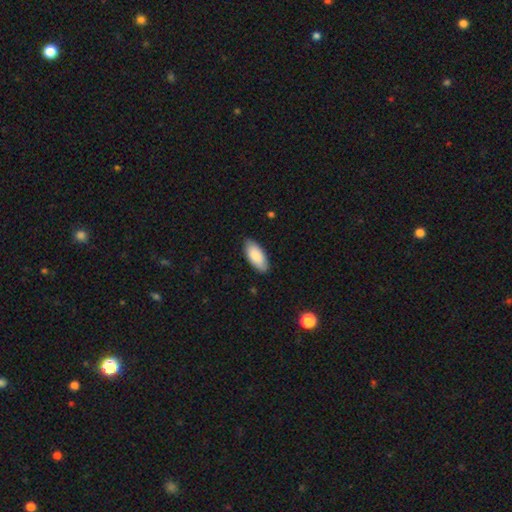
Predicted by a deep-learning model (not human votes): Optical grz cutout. It shows a smooth galaxy with no disk features (87%) that is in between round and cigar-shaped (90%). Merging: none (84%).